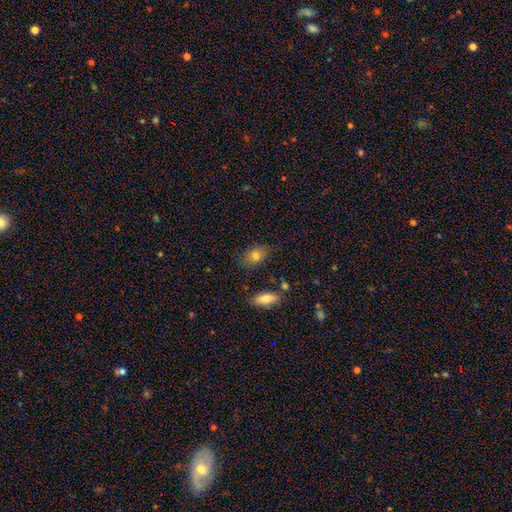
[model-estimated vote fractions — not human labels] smooth-or-featured: smooth: 78% | featured or disk: 11% | star or artifact: 11%
  how-rounded: in between: 75% | round: 23% | cigar-shaped: 3%
  merging: none: 77% | minor disturbance: 16% | major disturbance: 4% | merger: 3%